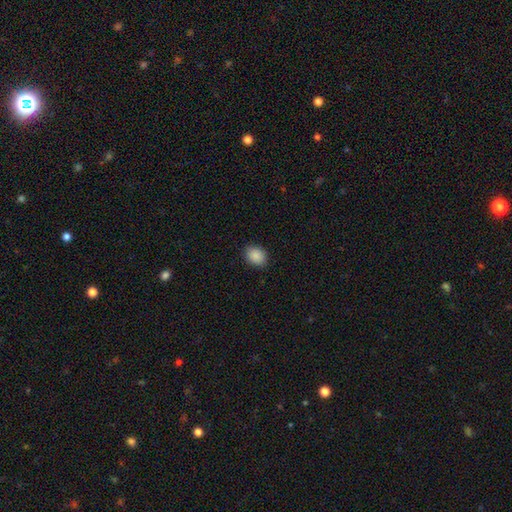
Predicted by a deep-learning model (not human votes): smooth-or-featured: smooth: 89% | star or artifact: 8% | featured or disk: 3%
  how-rounded: in between: 60% | round: 39% | cigar-shaped: 1%
  merging: none: 88% | minor disturbance: 9% | major disturbance: 2% | merger: 1%